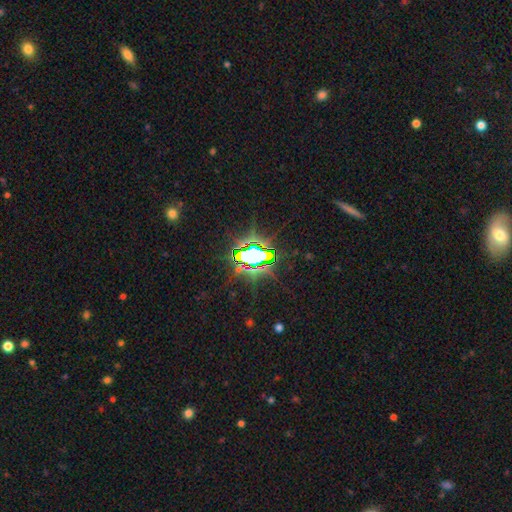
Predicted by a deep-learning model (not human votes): Smooth or featured? star or artifact (77%)